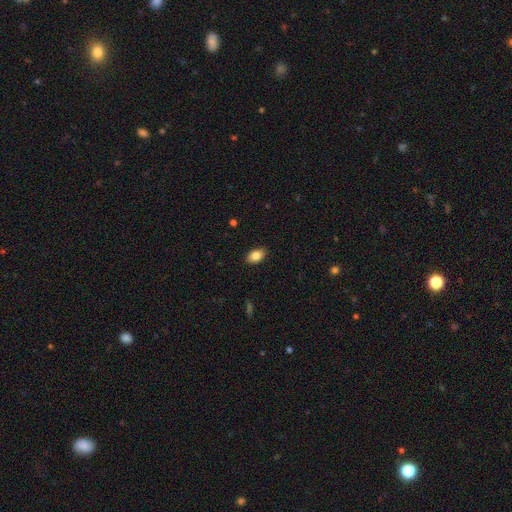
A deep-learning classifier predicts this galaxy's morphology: Smooth or featured? smooth (85%)
How rounded? in between (90%)
Merging? none (88%)